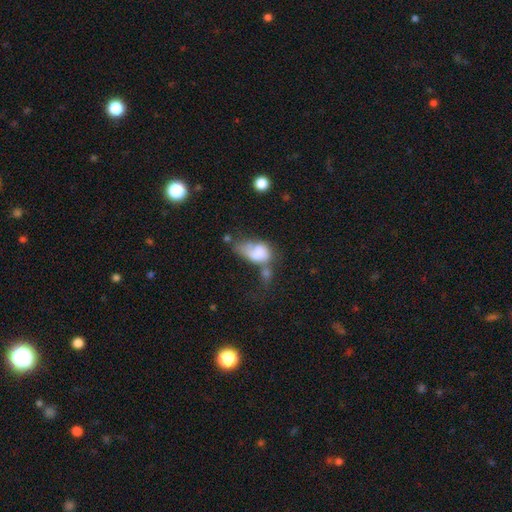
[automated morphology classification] This appears to be a smooth galaxy with no disk features (62%) that is in between round and cigar-shaped (84%). Merging: merger (38%).